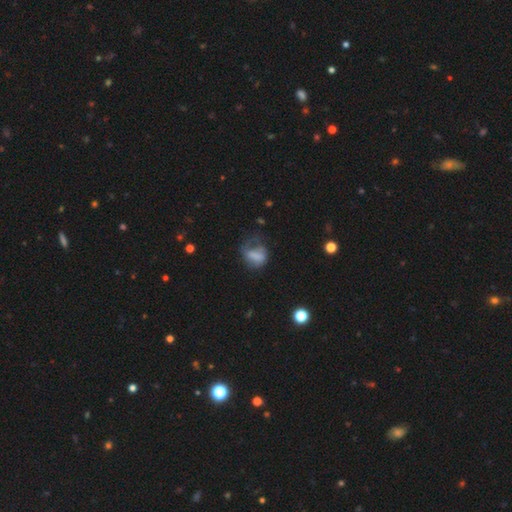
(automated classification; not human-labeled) Smooth or featured: smooth — 60% (featured or disk — 28%)
How rounded: in between — 64% (round — 33%)
Merging: major disturbance — 45% (none — 26%)